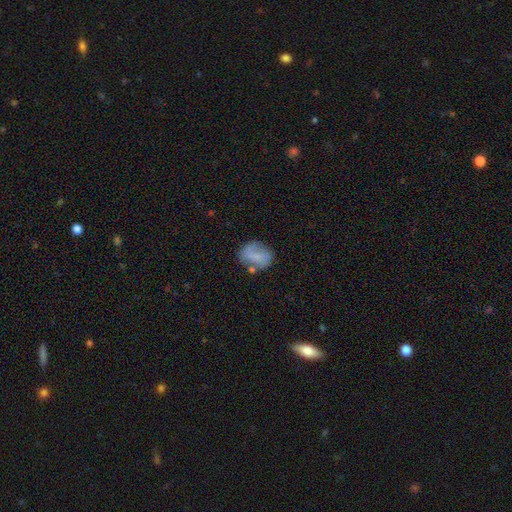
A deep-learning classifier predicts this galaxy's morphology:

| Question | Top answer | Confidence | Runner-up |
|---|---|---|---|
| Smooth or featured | smooth | 57% | featured or disk (34%) |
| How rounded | in between | 56% | round (42%) |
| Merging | none | 58% | minor disturbance (24%) |